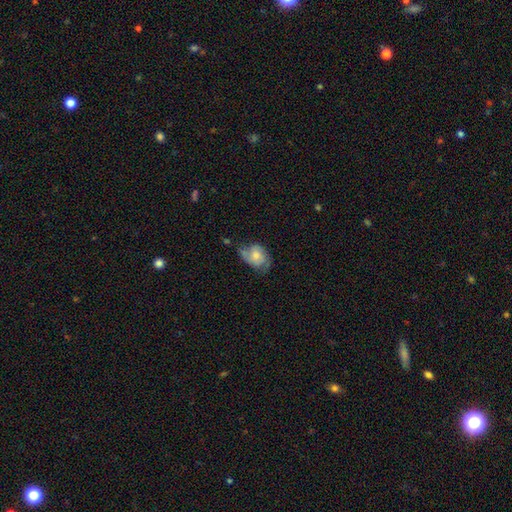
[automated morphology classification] featured or disk 53%, smooth 40%, star or artifact 7%. Down the decision tree: edge-on disk — no (96%); bar — no (71%); spiral arms — yes (84%); bulge size — moderate (49%); merging — none (47%).